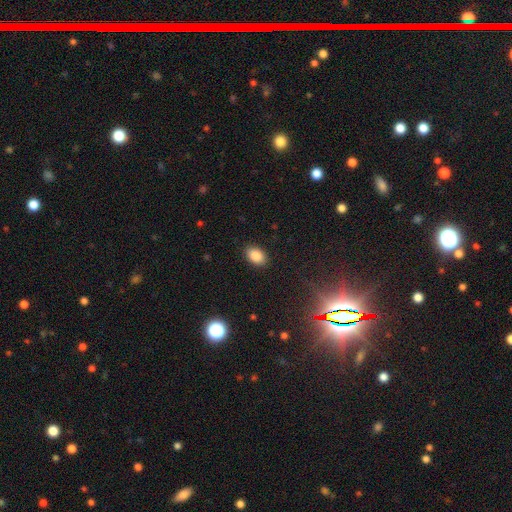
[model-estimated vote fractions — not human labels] This is clearly a smooth galaxy (87%). How rounded: clearly in between (86%). Merging: clearly none (88%).